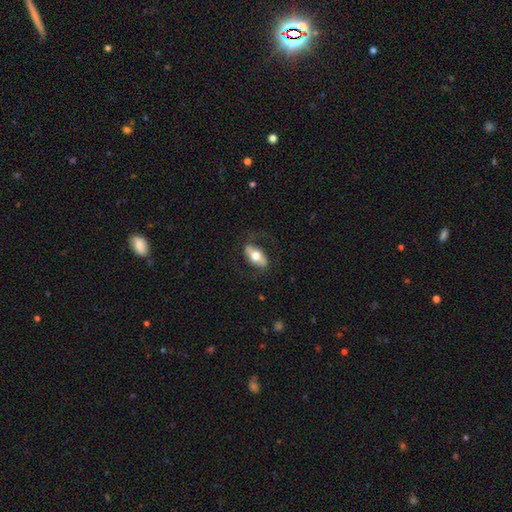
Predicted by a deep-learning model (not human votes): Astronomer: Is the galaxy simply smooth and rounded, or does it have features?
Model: featured or disk — 48% (runner-up: smooth, 46%).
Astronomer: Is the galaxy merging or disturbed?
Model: none — 72%.